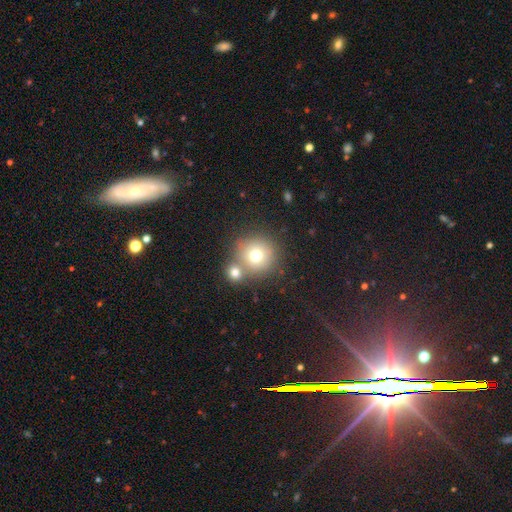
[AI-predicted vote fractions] The model was most divided on "merging": none: 57%, merger: 31%, minor disturbance: 8%, major disturbance: 4%. More confident: how rounded — round (92%); smooth or featured — smooth (71%).